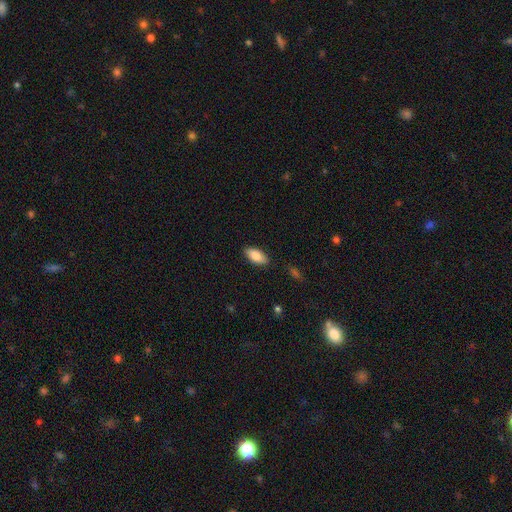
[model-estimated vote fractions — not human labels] The model was most divided on "smooth or featured": smooth: 85%, featured or disk: 9%, star or artifact: 6%. More confident: how rounded — in between (90%); merging — none (87%).